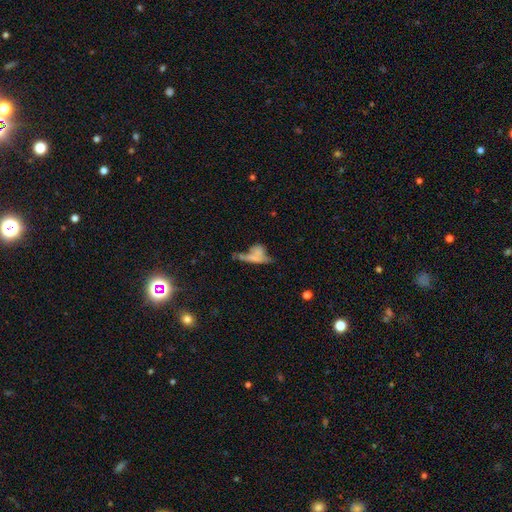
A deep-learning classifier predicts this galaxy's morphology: smooth-or-featured: smooth: 54% | featured or disk: 33% | star or artifact: 14%
  how-rounded: in between: 53% | cigar-shaped: 36% | round: 11%
  merging: merger: 40% | none: 26% | major disturbance: 21% | minor disturbance: 14%